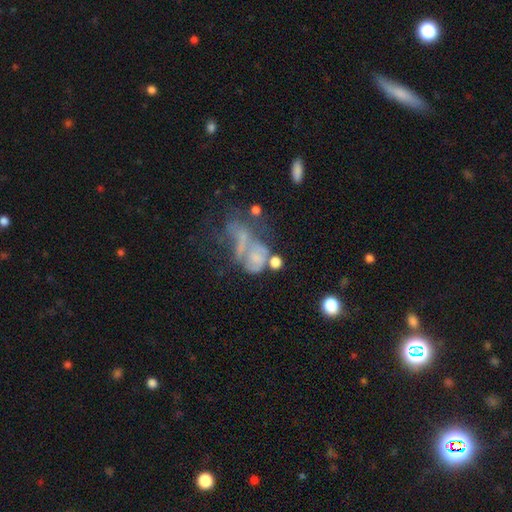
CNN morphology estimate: The model was most divided on "smooth or featured": featured or disk: 44%, smooth: 38%, star or artifact: 17%. Remaining: merging — merger (42%).